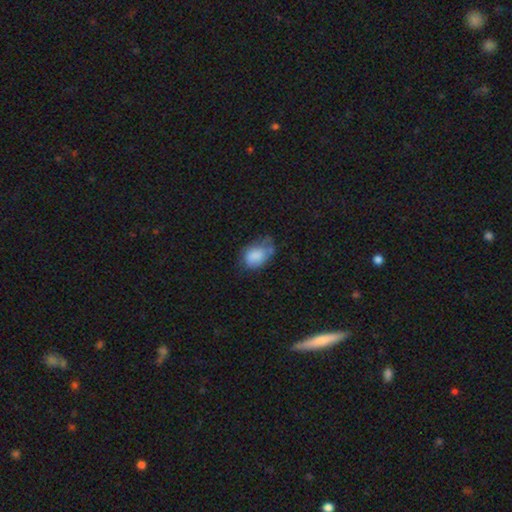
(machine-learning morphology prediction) This is likely a smooth galaxy (78%). How rounded: likely in between (79%). Merging: marginally minor disturbance (39%).